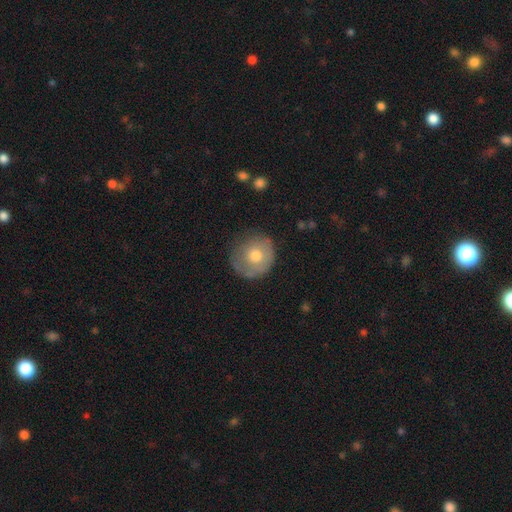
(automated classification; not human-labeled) This is likely a smooth galaxy (64%). How rounded: clearly round (89%). Merging: likely none (72%).